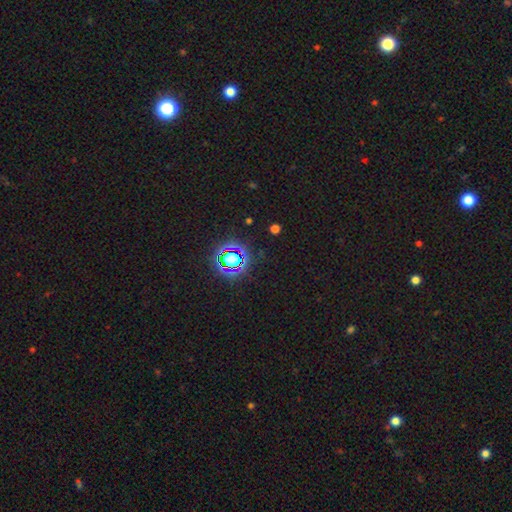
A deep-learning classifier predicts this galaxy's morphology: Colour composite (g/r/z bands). It shows a star or artifact, not a galaxy (79%).